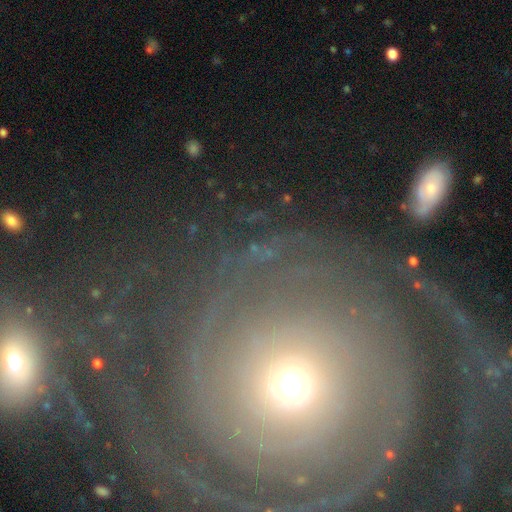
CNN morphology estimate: A featured or disk galaxy (80%) with no bar (78%), 2 (35%) tight (75%) spiral arms (93%) and a small central bulge (51%). Merging: none (67%).